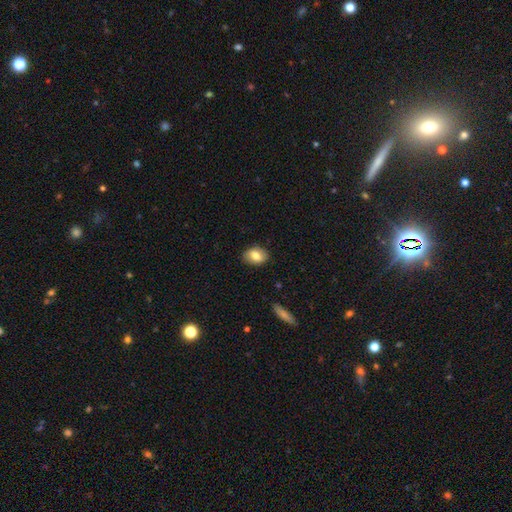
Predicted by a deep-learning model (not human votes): smooth_or_featured: smooth (p=0.77) [alt: featured or disk p=0.16]
how_rounded: in between (p=0.72) [alt: round p=0.26]
merging: none (p=0.85) [alt: minor disturbance p=0.11]